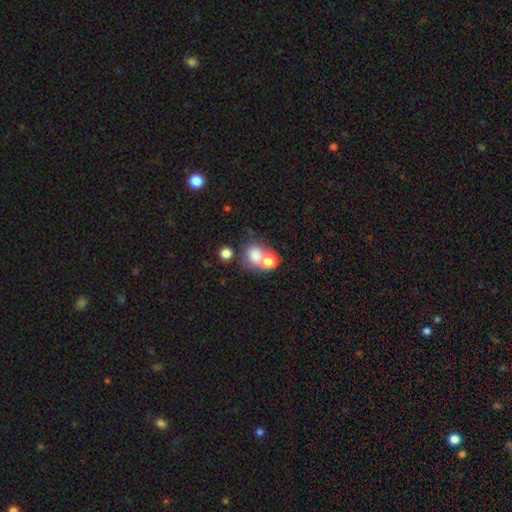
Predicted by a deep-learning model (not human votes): A smooth galaxy with no disk features (75%) that is round (70%).

Vote fractions:
- Smooth or featured? smooth: 75% / featured or disk: 13% / star or artifact: 12%
- How rounded? round: 70% / in between: 28% / cigar-shaped: 1%
- Merging? merger: 52% / none: 35% / minor disturbance: 8% / major disturbance: 5%